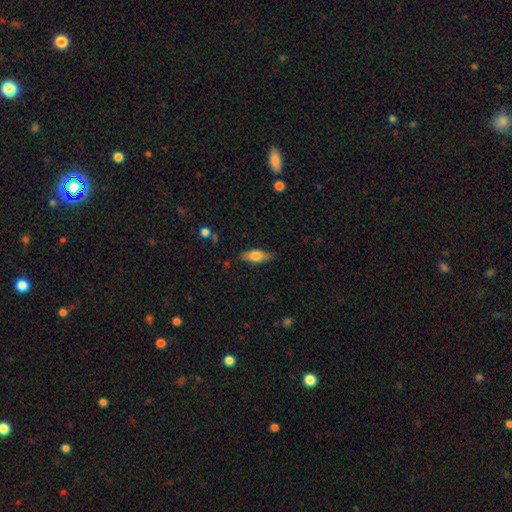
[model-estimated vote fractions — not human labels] Morphology: type=smooth (66%); roundness=in between (68%); merging=none (82%).